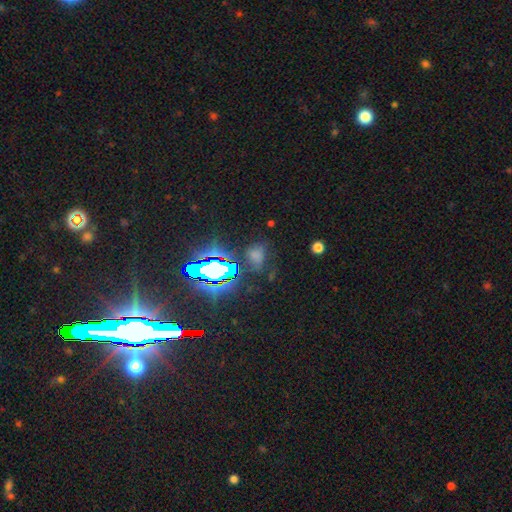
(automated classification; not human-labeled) smooth-or-featured: star or artifact: 44% (tied) | smooth: 44% (tied) | featured or disk: 12%